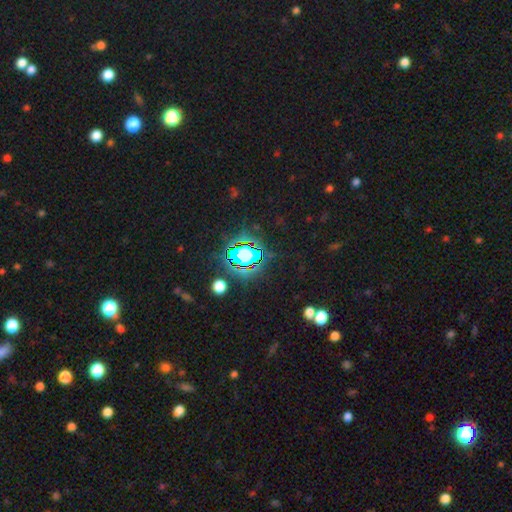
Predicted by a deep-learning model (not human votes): smooth-or-featured: star or artifact: 81% | smooth: 11% | featured or disk: 8%